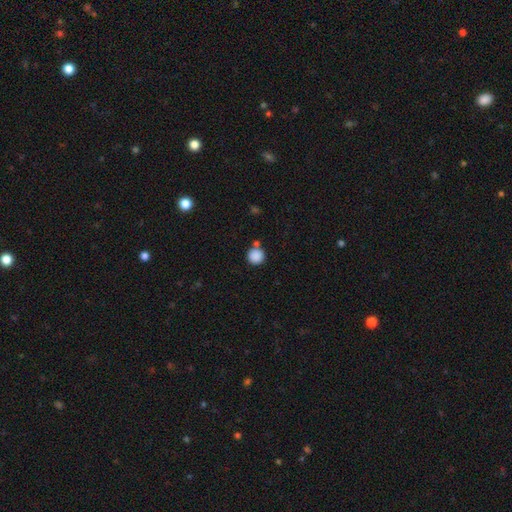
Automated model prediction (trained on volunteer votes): smooth 87%, star or artifact 10%, featured or disk 3%. Down the decision tree: how rounded — round (94%); merging — none (77%).